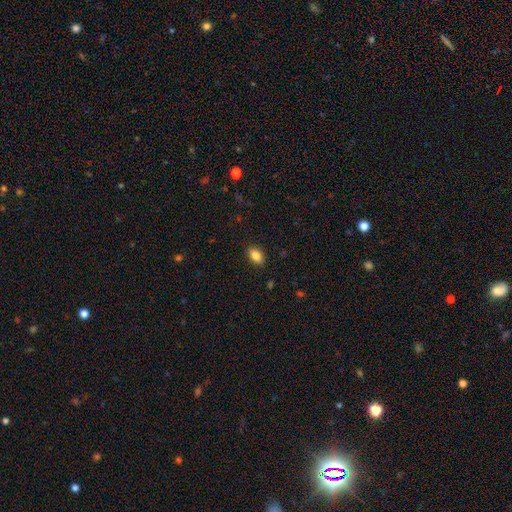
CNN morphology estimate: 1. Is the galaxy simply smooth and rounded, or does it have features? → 86% smooth, 8% star or artifact, 5% featured or disk.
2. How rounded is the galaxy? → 87% in between, 12% round, 2% cigar-shaped.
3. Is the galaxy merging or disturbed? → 88% none, 8% minor disturbance, 2% major disturbance, 1% merger.